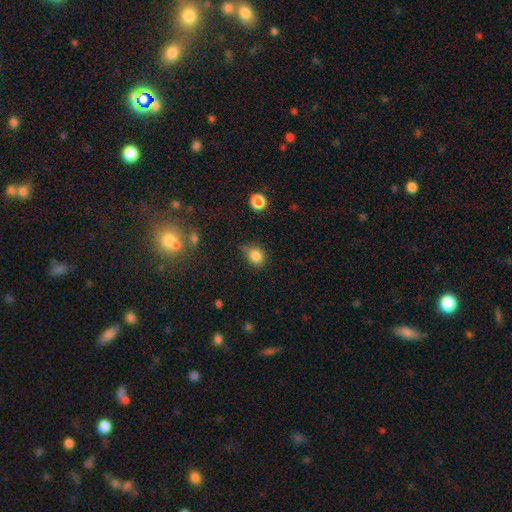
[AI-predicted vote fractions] Smooth or featured?
  - smooth: 84% *
  - star or artifact: 11%
  - featured or disk: 5%
How rounded?
  - round: 72% *
  - in between: 27%
  - cigar-shaped: 1%
Merging?
  - none: 71% *
  - minor disturbance: 20%
  - major disturbance: 4%
  - merger: 4%